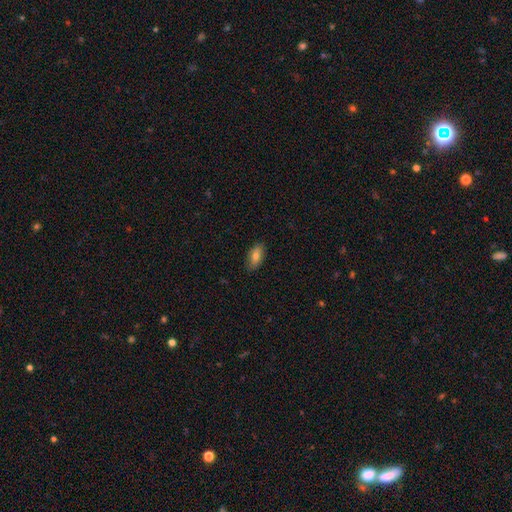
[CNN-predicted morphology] Q: Smooth or featured?
A: smooth (77%); runner-up: featured or disk (16%)
Q: How rounded?
A: in between (88%); runner-up: cigar-shaped (9%)
Q: Merging?
A: none (84%); runner-up: minor disturbance (12%)